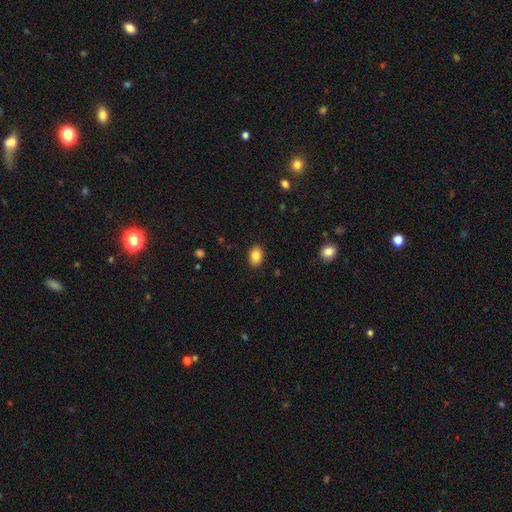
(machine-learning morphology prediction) Smooth or featured?
  - smooth: 85% *
  - star or artifact: 8%
  - featured or disk: 6%
How rounded?
  - in between: 78% *
  - round: 21%
  - cigar-shaped: 1%
Merging?
  - none: 89% *
  - minor disturbance: 8%
  - major disturbance: 2%
  - merger: 1%